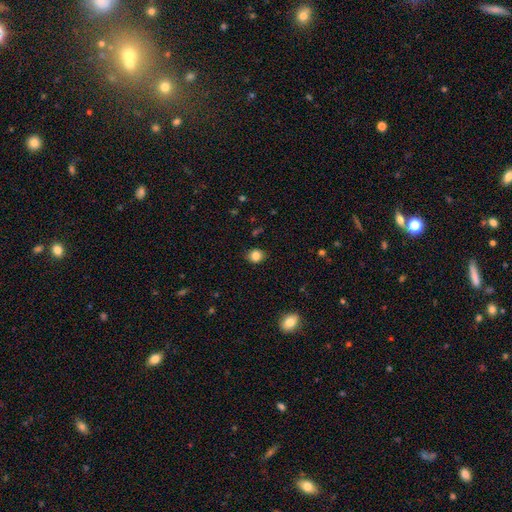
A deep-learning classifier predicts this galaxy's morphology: This is clearly a smooth galaxy (84%). How rounded: likely round (76%). Merging: clearly none (86%).